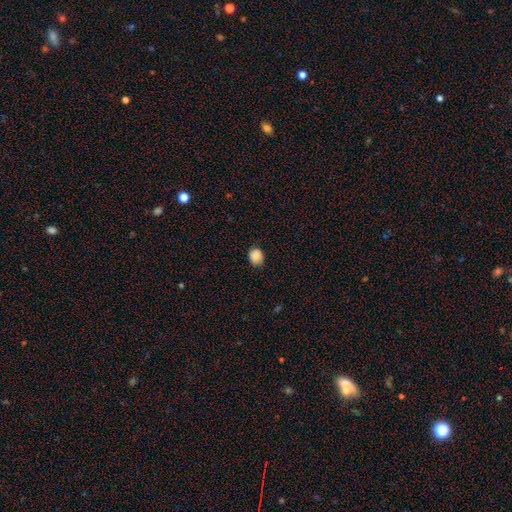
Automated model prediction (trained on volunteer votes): Smooth or featured: smooth — 87% (star or artifact — 9%)
How rounded: round — 66% (in between — 33%)
Merging: none — 79% (minor disturbance — 17%)